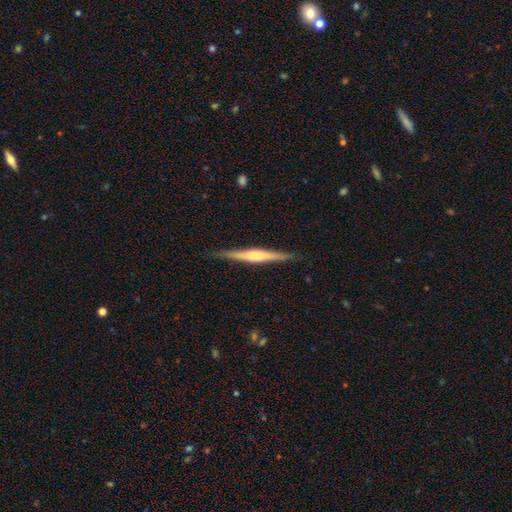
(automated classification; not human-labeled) Morphology: type=featured or disk (65%); edge-on=yes (98%); edge-on bulge=rounded (60%); merging=none (88%).